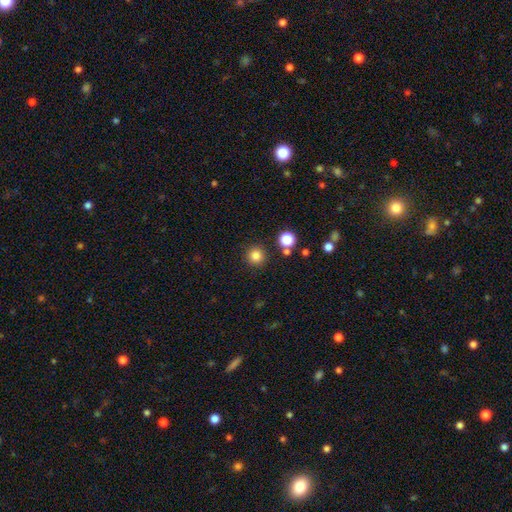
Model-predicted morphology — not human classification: smooth_or_featured: smooth (p=0.83) [alt: star or artifact p=0.12]
how_rounded: round (p=0.95) [alt: in between p=0.04]
merging: none (p=0.89) [alt: minor disturbance p=0.06]